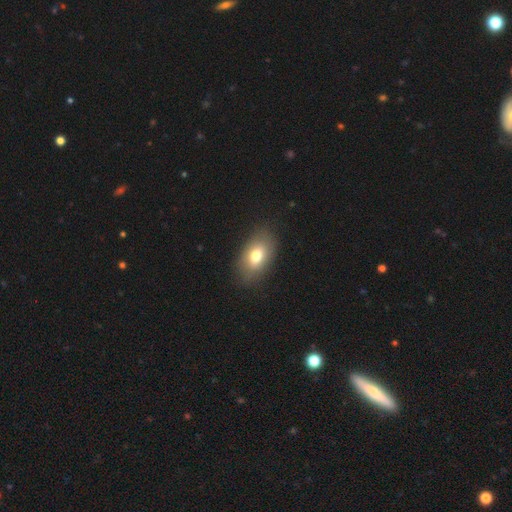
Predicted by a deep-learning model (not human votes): Smooth or featured? Predicted: smooth (p=0.74). How rounded? Predicted: in between (p=0.88). Merging? Predicted: none (p=0.83).